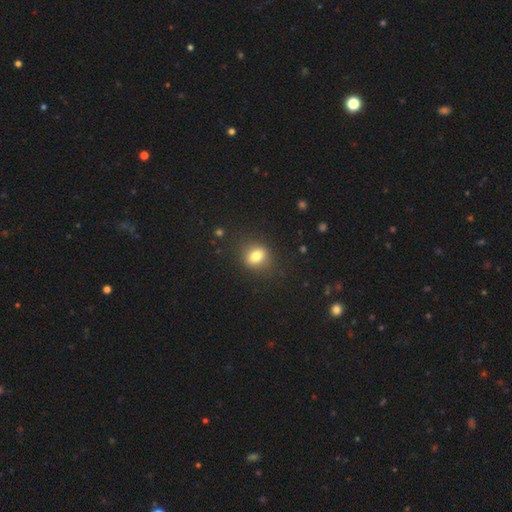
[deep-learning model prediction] The model was most divided on "how rounded": round: 50%, in between: 49%, cigar-shaped: 2%. More confident: merging — none (83%); smooth or featured — smooth (80%).